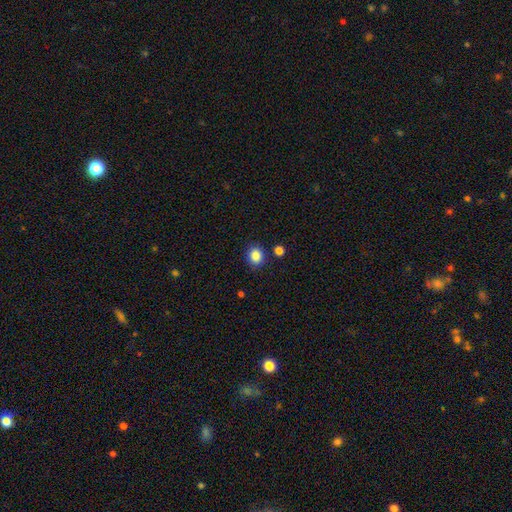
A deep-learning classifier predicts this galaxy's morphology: type=smooth (87%); roundness=round (71%); merging=none (85%).